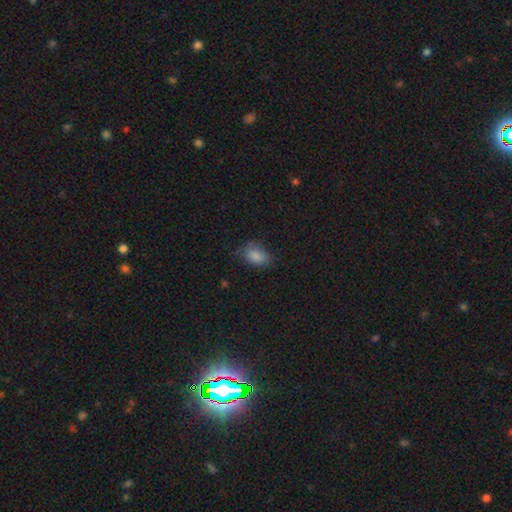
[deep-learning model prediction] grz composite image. It shows a smooth galaxy with no disk features (85%) that is in between round and cigar-shaped (85%). Merging: none (67%).